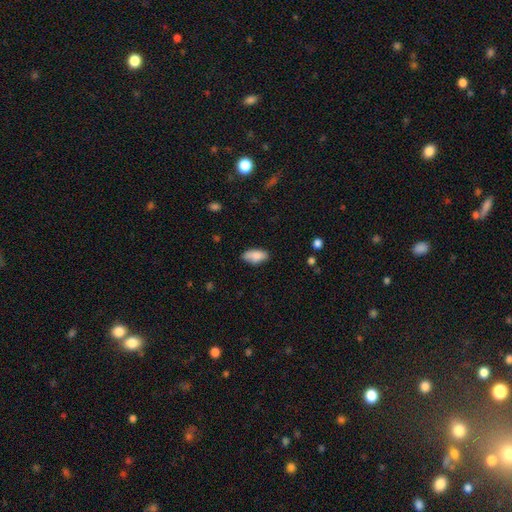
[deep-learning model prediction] This appears to be a smooth galaxy with no disk features (84%) that is in between round and cigar-shaped (89%). Merging: none (77%).